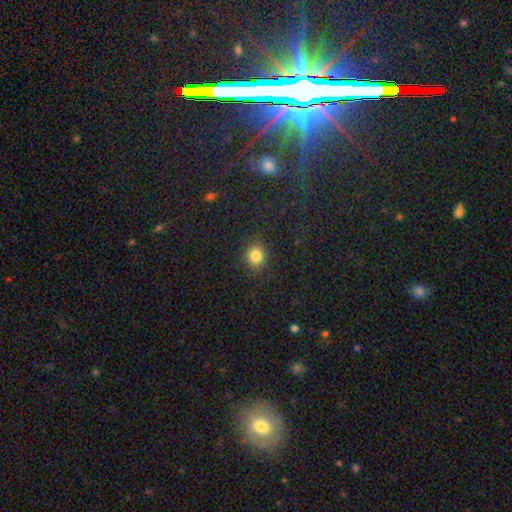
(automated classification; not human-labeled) smooth-or-featured: smooth: 81% | star or artifact: 13% | featured or disk: 6%
  how-rounded: round: 79% | in between: 20% | cigar-shaped: 1%
  merging: none: 87% | minor disturbance: 9% | major disturbance: 3% | merger: 1%